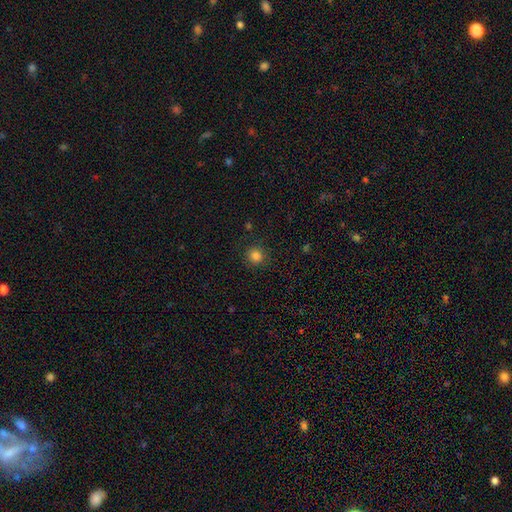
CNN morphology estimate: smooth 84%, star or artifact 12%, featured or disk 4%. Down the decision tree: how rounded — round (93%); merging — none (89%).